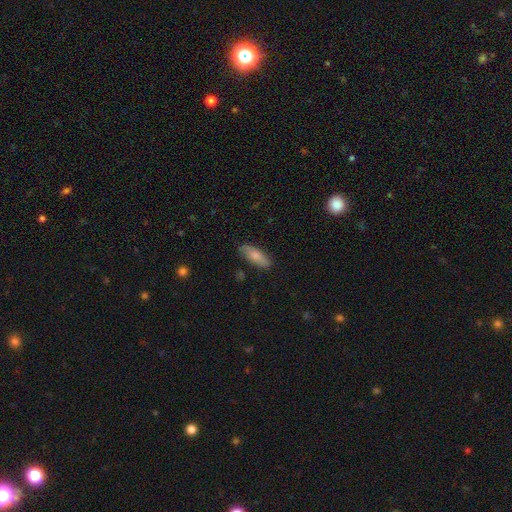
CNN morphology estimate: A smooth galaxy with no disk features (75%) that is in between round and cigar-shaped (63%).

Vote fractions:
- Smooth or featured? smooth: 75% / featured or disk: 19% / star or artifact: 6%
- How rounded? in between: 63% / cigar-shaped: 34% / round: 2%
- Merging? none: 84% / minor disturbance: 13% / major disturbance: 2% / merger: 1%